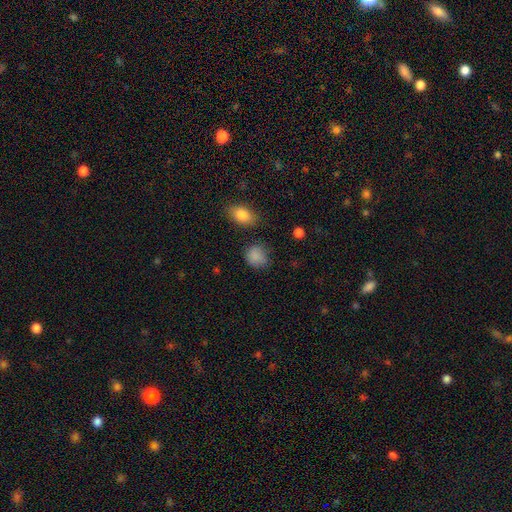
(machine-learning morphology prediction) This appears to be a smooth galaxy with no disk features (85%) that is round (70%). Merging: none (70%).